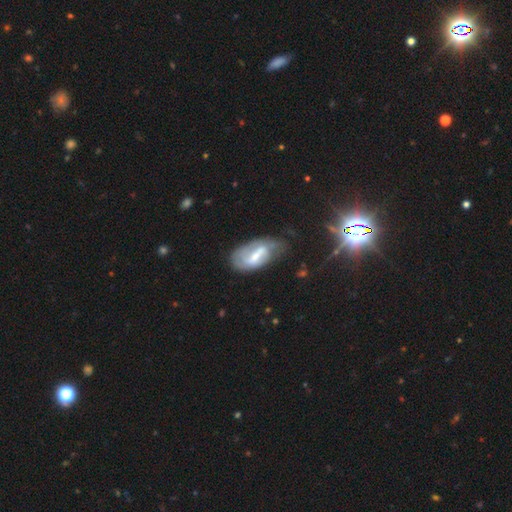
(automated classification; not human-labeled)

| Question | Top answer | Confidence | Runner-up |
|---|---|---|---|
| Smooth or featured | featured or disk | 58% | smooth (35%) |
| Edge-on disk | no | 94% | yes (6%) |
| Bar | weak | 43% | strong (42%) |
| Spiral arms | yes | 65% | no (35%) |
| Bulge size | moderate | 45% | small (38%) |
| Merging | none | 41% | minor disturbance (35%) |